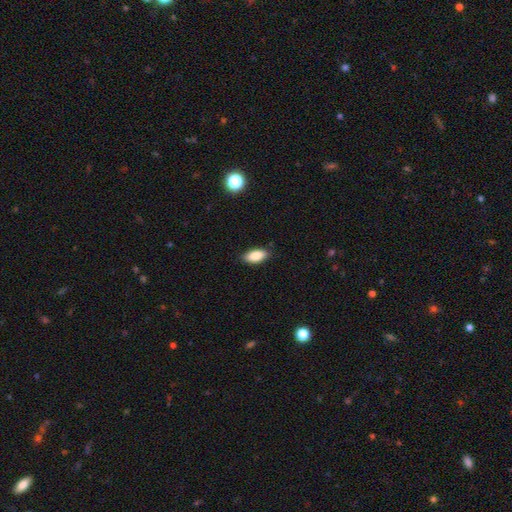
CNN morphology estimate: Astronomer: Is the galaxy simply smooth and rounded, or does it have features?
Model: smooth — 86%.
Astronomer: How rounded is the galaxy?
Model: in between — 88%.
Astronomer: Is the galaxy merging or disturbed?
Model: none — 85%.